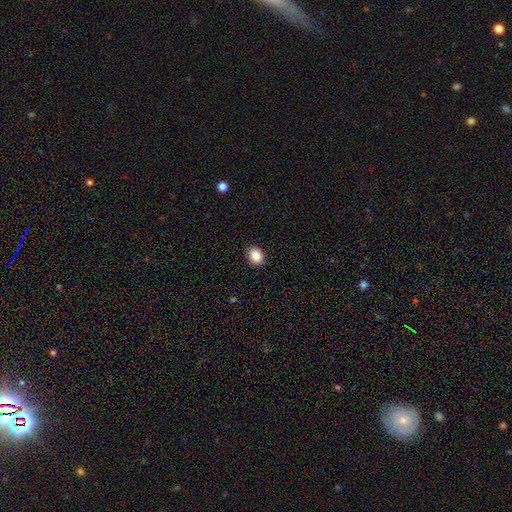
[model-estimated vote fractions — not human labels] This is clearly a smooth galaxy (89%). How rounded: possibly in between (59%). Merging: clearly none (91%).